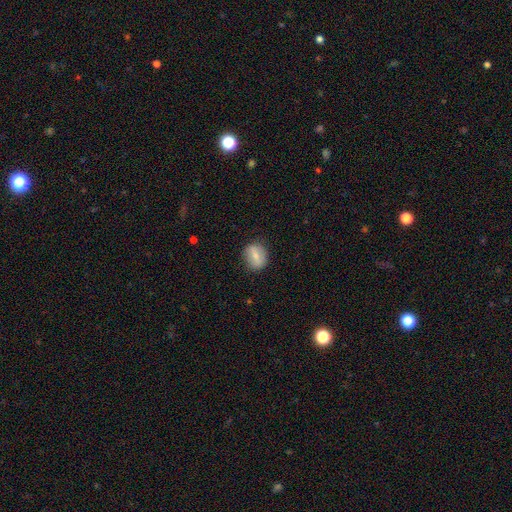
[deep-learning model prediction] smooth-or-featured: smooth: 65% | featured or disk: 27% | star or artifact: 8%
  how-rounded: round: 53% | in between: 45% | cigar-shaped: 2%
  merging: none: 82% | minor disturbance: 13% | major disturbance: 4% | merger: 1%